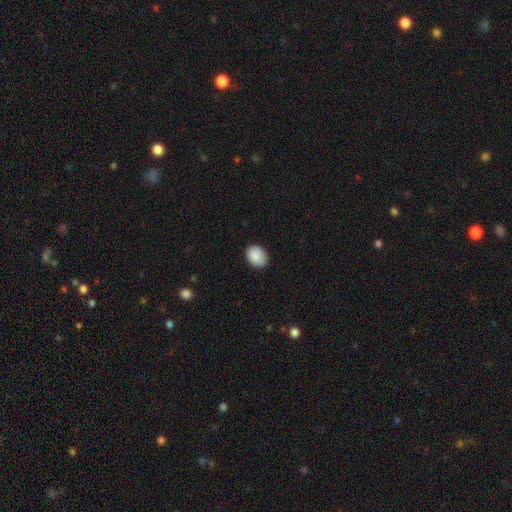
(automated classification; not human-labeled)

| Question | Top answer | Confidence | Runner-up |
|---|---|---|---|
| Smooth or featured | smooth | 89% | star or artifact (7%) |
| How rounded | in between | 65% | round (34%) |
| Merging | none | 86% | minor disturbance (11%) |